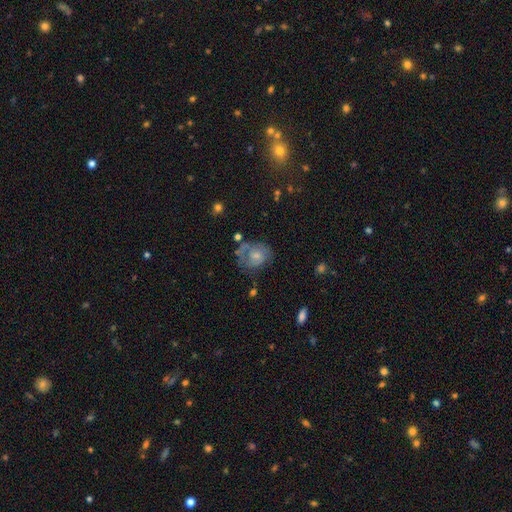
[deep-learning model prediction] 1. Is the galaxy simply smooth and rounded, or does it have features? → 47% featured or disk, 44% smooth, 9% star or artifact.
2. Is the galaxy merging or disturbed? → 43% none, 27% minor disturbance, 25% major disturbance, 6% merger.